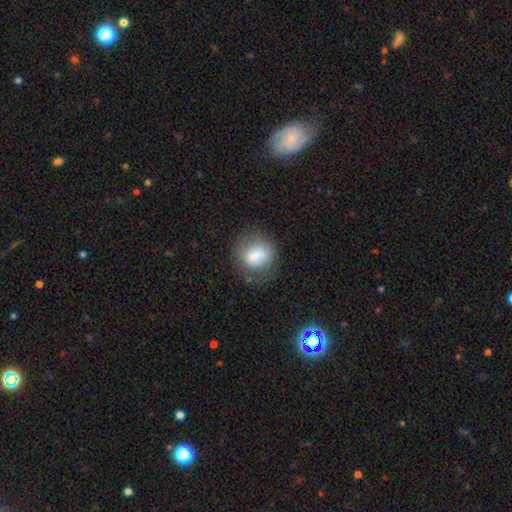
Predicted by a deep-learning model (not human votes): smooth_or_featured: smooth (p=0.73) [alt: featured or disk p=0.18]
how_rounded: round (p=0.76) [alt: in between p=0.23]
merging: none (p=0.68) [alt: minor disturbance p=0.20]